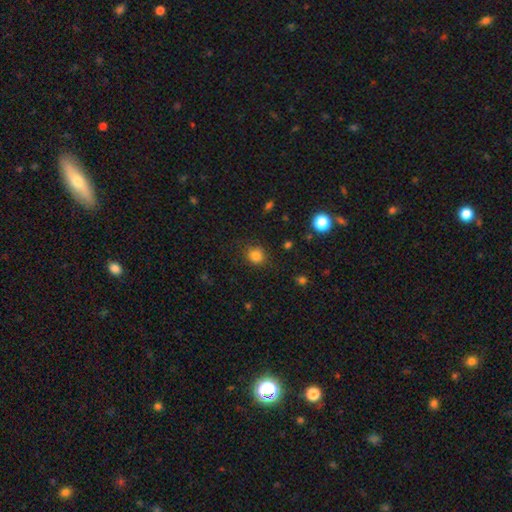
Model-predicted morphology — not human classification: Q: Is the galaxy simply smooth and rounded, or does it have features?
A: smooth — 83%.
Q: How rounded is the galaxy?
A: round — 83%.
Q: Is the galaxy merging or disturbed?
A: none — 83%.